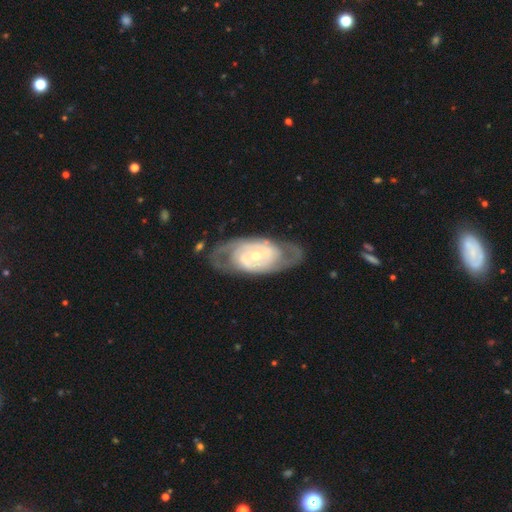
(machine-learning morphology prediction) The model was most divided on "bulge size": small: 53%, moderate: 43%, large: 2%, none: 1%, dominant: 1%. More confident: edge-on disk — no (94%); spiral arms — yes (88%); smooth or featured — featured or disk (85%); merging — none (73%); spiral arm count — 2 (59%); spiral winding — tight (59%); bar — no (53%).